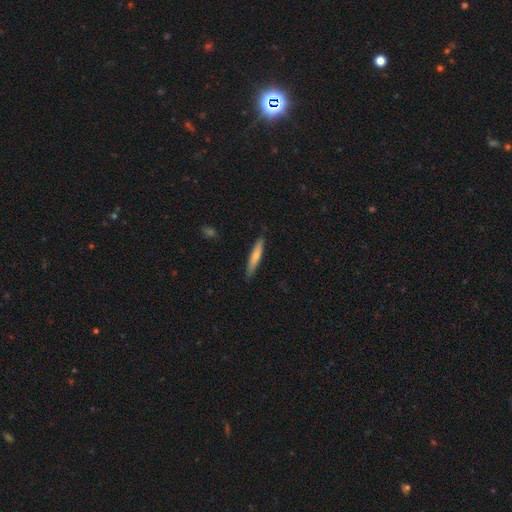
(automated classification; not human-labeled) A smooth galaxy with no disk features (72%) that is cigar-shaped (92%).

Vote fractions:
- Smooth or featured? smooth: 72% / featured or disk: 23% / star or artifact: 5%
- How rounded? cigar-shaped: 92% / in between: 6% / round: 1%
- Merging? none: 87% / minor disturbance: 10% / major disturbance: 2% / merger: 1%